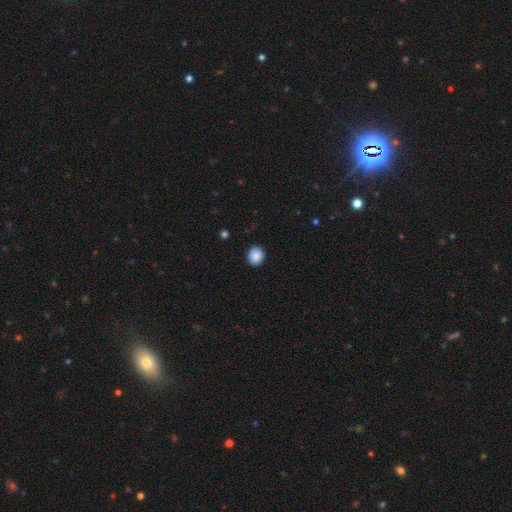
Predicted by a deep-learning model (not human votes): The model was most divided on "how rounded": round: 75%, in between: 25%, cigar-shaped: 1%. More confident: merging — none (89%); smooth or featured — smooth (88%).